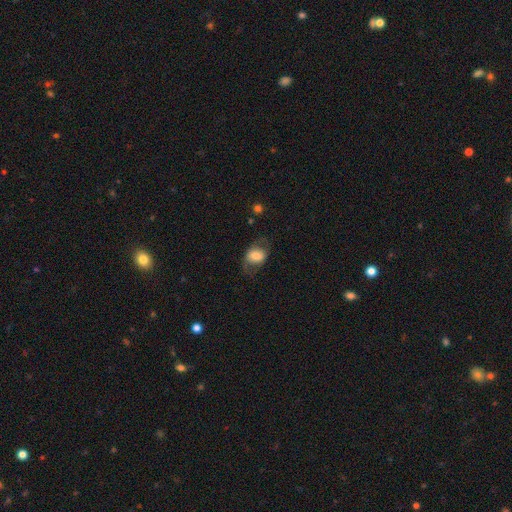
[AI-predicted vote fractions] Smooth or featured: smooth — 61% (featured or disk — 32%)
How rounded: in between — 68% (round — 31%)
Merging: none — 57% (minor disturbance — 22%)